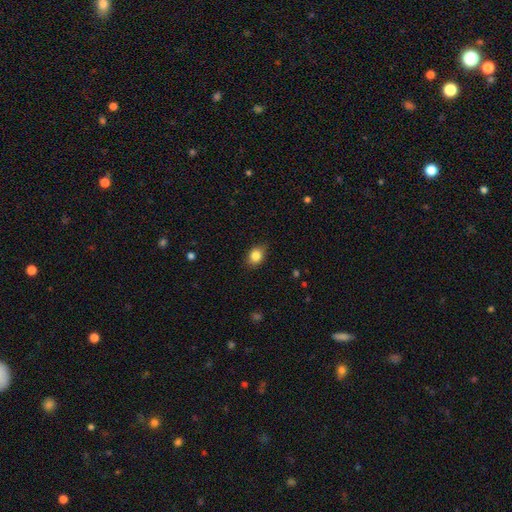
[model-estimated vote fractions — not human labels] Smooth or featured? smooth (85%)
How rounded? in between (61%)
Merging? none (83%)